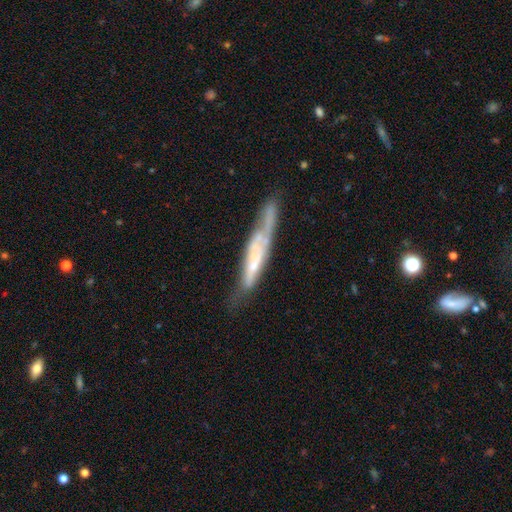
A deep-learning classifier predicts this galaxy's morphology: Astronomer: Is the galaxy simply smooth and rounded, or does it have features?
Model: featured or disk — 61%.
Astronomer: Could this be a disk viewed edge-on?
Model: yes — 60% (runner-up: no, 40%).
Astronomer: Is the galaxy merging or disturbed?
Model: none — 49% (runner-up: minor disturbance, 27%).